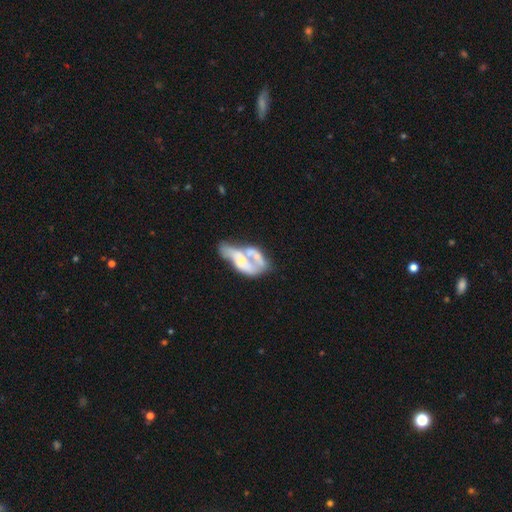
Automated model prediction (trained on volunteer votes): Q: Smooth or featured?
A: featured or disk (61%); runner-up: smooth (32%)
Q: Edge-on disk?
A: no (95%); runner-up: yes (5%)
Q: Bar?
A: no (83%); runner-up: weak (12%)
Q: Spiral arms?
A: no (75%); runner-up: yes (25%)
Q: Bulge size?
A: small (38%); runner-up: moderate (36%)
Q: Merging?
A: merger (58%); runner-up: major disturbance (20%)